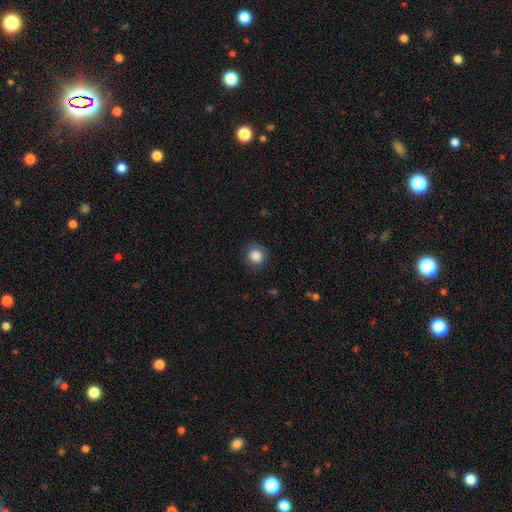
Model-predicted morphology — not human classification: Q: Smooth or featured?
A: smooth (86%); runner-up: star or artifact (9%)
Q: How rounded?
A: round (89%); runner-up: in between (10%)
Q: Merging?
A: none (83%); runner-up: minor disturbance (12%)